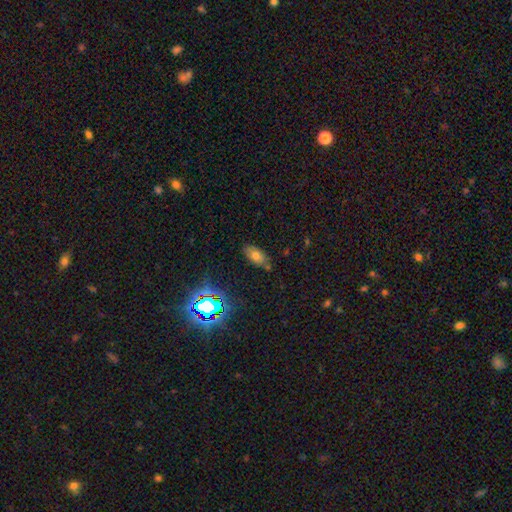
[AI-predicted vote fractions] Smooth or featured: smooth — 67% (star or artifact — 17%)
How rounded: in between — 89% (cigar-shaped — 6%)
Merging: none — 72% (minor disturbance — 18%)